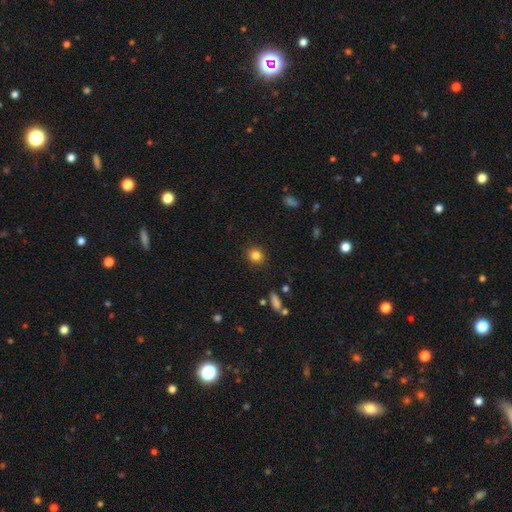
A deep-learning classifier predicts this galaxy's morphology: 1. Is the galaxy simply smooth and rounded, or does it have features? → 83% smooth, 11% star or artifact, 6% featured or disk.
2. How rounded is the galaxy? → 80% round, 19% in between, 1% cigar-shaped.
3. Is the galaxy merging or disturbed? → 89% none, 7% minor disturbance, 2% major disturbance, 1% merger.